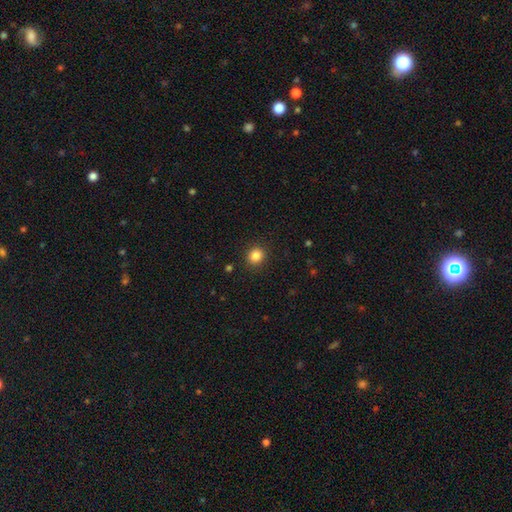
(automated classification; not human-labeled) A smooth galaxy with no disk features (85%) that is round (82%).

Vote fractions:
- Smooth or featured? smooth: 85% / star or artifact: 11% / featured or disk: 4%
- How rounded? round: 82% / in between: 17% / cigar-shaped: 1%
- Merging? none: 90% / minor disturbance: 6% / major disturbance: 2% / merger: 1%